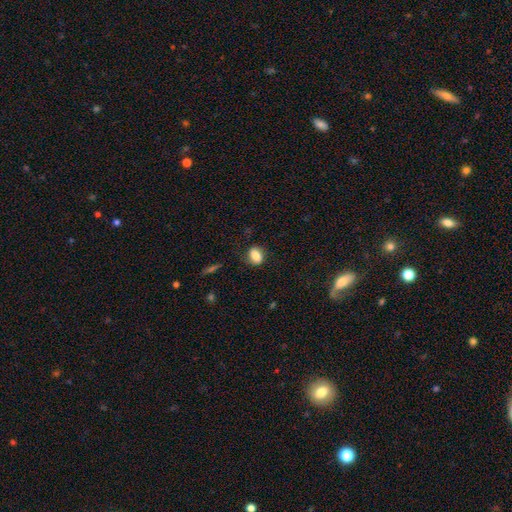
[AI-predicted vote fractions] A smooth galaxy with no disk features (79%) that is in between round and cigar-shaped (72%). Merging: none (74%).